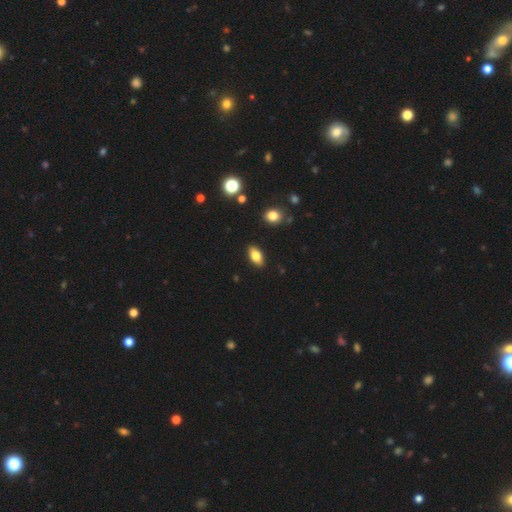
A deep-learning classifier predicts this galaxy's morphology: A smooth galaxy with no disk features (78%) that is in between round and cigar-shaped (89%). Merging: none (89%).